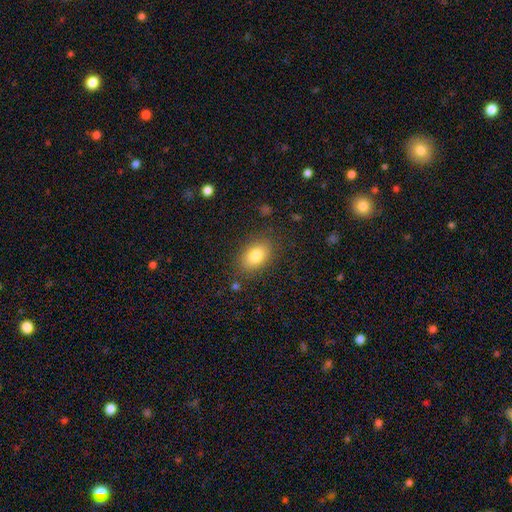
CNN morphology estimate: type=smooth (82%); roundness=in between (86%); merging=none (83%).